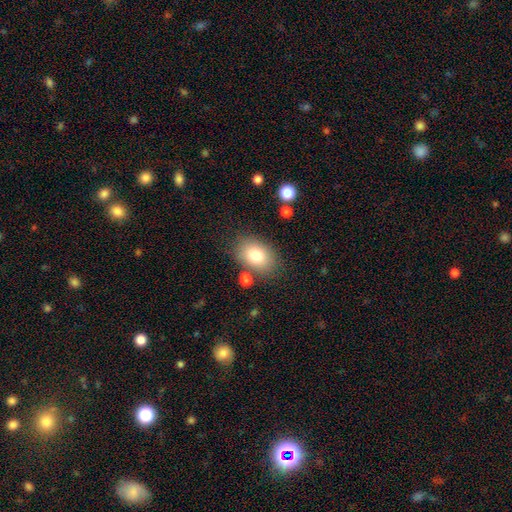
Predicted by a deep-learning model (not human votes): Smooth or featured: smooth — 79% (featured or disk — 12%)
How rounded: in between — 81% (round — 18%)
Merging: none — 75% (minor disturbance — 14%)